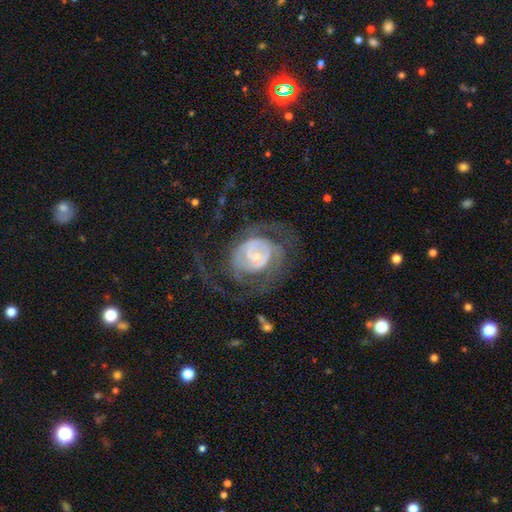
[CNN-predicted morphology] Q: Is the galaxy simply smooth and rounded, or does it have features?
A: featured or disk — 80%.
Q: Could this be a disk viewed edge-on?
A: no — 97%.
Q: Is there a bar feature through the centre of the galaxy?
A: no — 55%.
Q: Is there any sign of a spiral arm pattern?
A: yes — 77%.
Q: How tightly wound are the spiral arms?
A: tight — 48%.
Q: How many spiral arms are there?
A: can't tell — 36%.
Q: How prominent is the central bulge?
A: small — 64%.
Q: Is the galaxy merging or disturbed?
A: none — 48%.